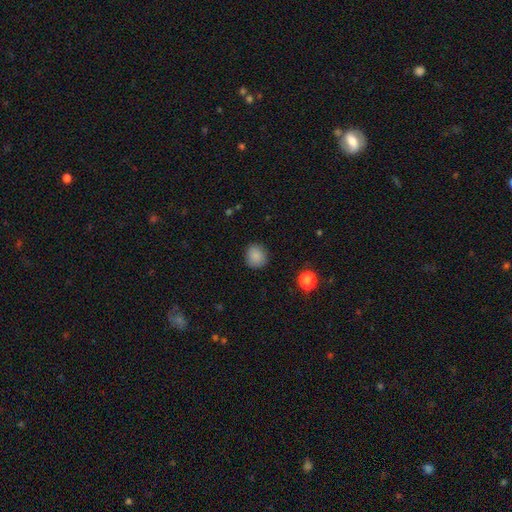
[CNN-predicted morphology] Smooth or featured? smooth (86%)
How rounded? round (85%)
Merging? none (87%)